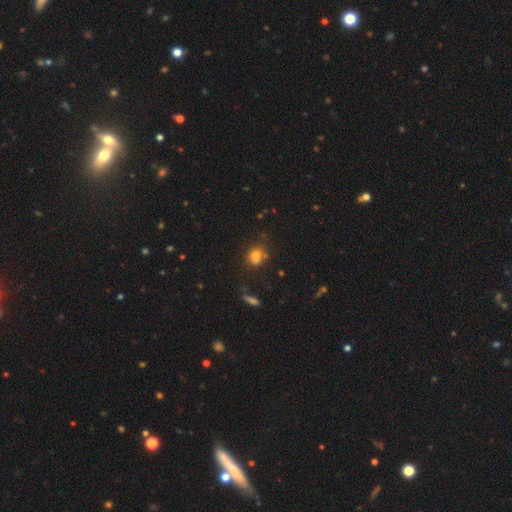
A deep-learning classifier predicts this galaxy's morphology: type=smooth (74%); roundness=round (68%); merging=none (57%).